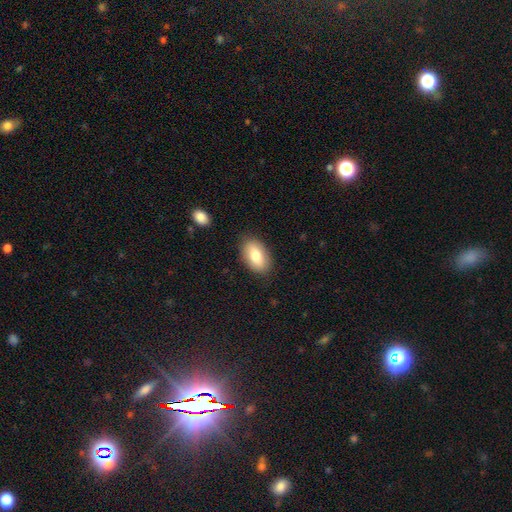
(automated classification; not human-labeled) Smooth or featured?
  - smooth: 79% *
  - featured or disk: 14%
  - star or artifact: 7%
How rounded?
  - in between: 92% *
  - round: 6%
  - cigar-shaped: 2%
Merging?
  - none: 85% *
  - minor disturbance: 11%
  - major disturbance: 3%
  - merger: 1%